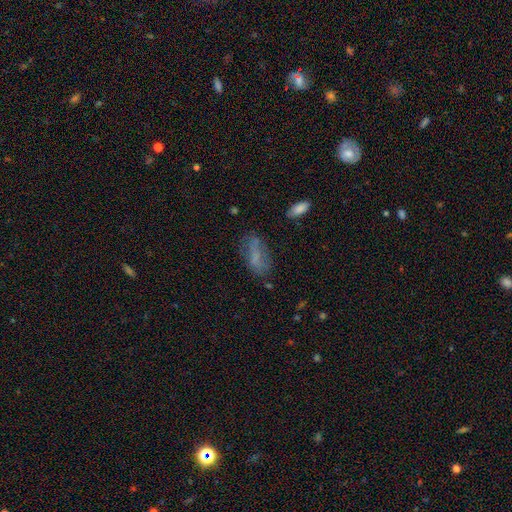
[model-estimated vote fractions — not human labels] smooth-or-featured: smooth: 62% | featured or disk: 26% | star or artifact: 12%
  how-rounded: in between: 74% | cigar-shaped: 23% | round: 3%
  merging: none: 60% | minor disturbance: 23% | major disturbance: 13% | merger: 3%